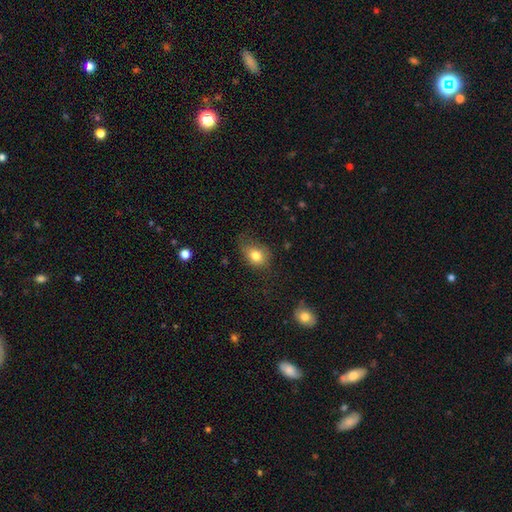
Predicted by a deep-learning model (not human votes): Q: Smooth or featured?
A: smooth (79%); runner-up: featured or disk (11%)
Q: How rounded?
A: in between (59%); runner-up: round (40%)
Q: Merging?
A: none (54%); runner-up: minor disturbance (30%)